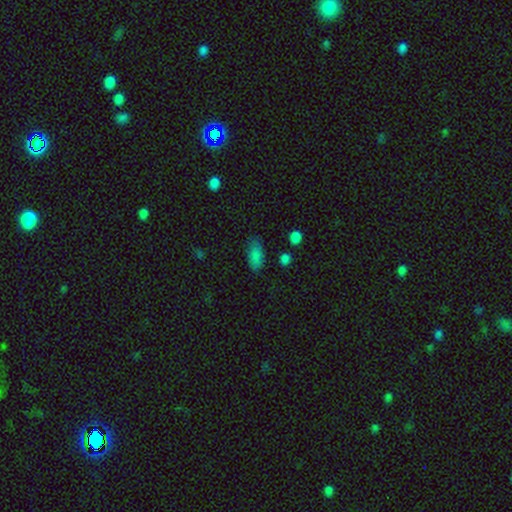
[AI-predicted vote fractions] A smooth galaxy with no disk features (84%) that is in between round and cigar-shaped (89%).

Vote fractions:
- Smooth or featured? smooth: 84% / star or artifact: 9% / featured or disk: 6%
- How rounded? in between: 89% / cigar-shaped: 8% / round: 3%
- Merging? none: 76% / minor disturbance: 17% / major disturbance: 4% / merger: 3%